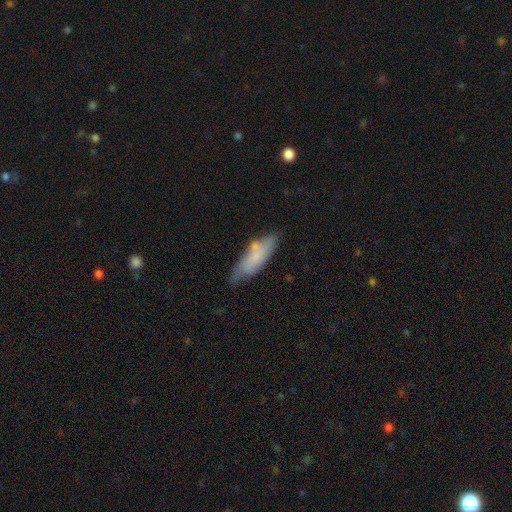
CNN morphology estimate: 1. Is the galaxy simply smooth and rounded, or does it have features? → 65% smooth, 28% featured or disk, 7% star or artifact.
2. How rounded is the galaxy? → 55% in between, 43% cigar-shaped, 2% round.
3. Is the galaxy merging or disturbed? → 52% none, 32% minor disturbance, 9% major disturbance, 7% merger.